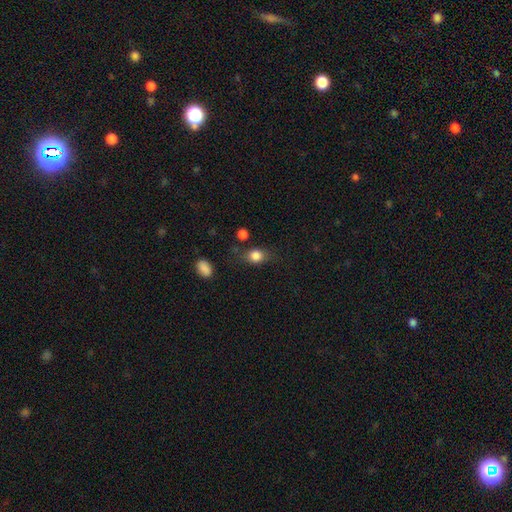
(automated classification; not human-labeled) Smooth or featured? smooth (81%)
How rounded? round (52%)
Merging? none (70%)